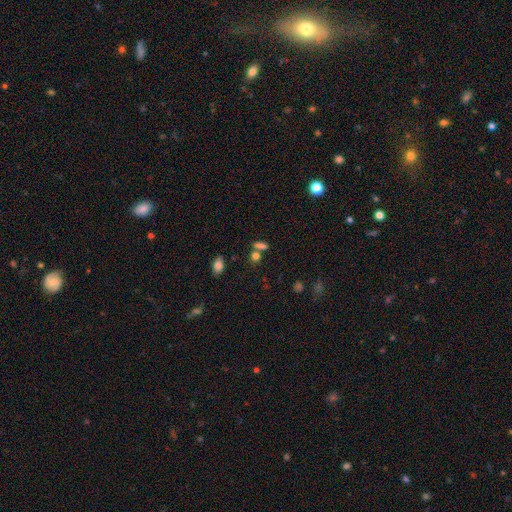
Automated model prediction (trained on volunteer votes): Overall: smooth (76%). How rounded: in between (45%; round 41%). Merging: none (58%; merger 28%).